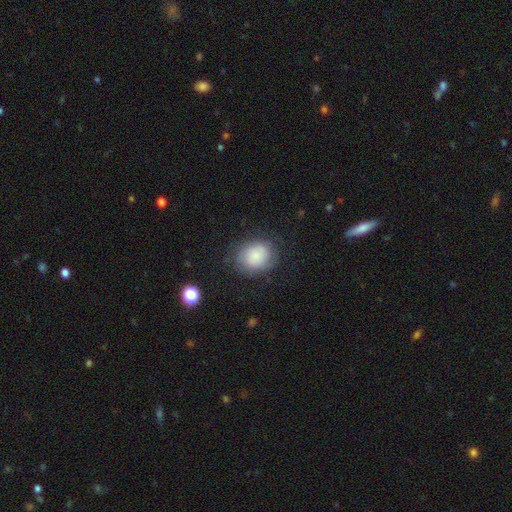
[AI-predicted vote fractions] Morphology: type=smooth (76%); roundness=round (63%); merging=none (72%).